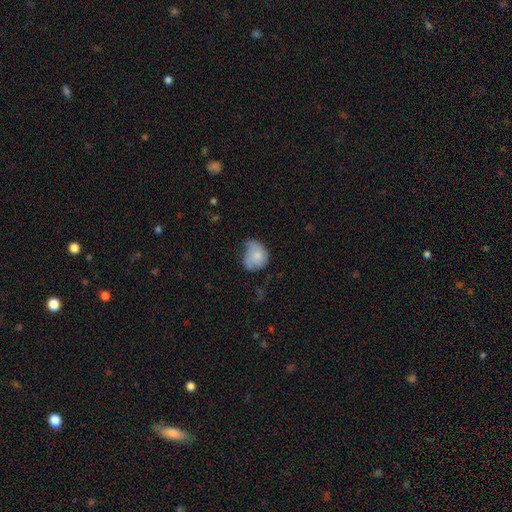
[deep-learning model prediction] The model was most divided on "how rounded": round: 55%, in between: 44%, cigar-shaped: 1%. Remaining: smooth or featured — smooth (70%); merging — minor disturbance (45%).